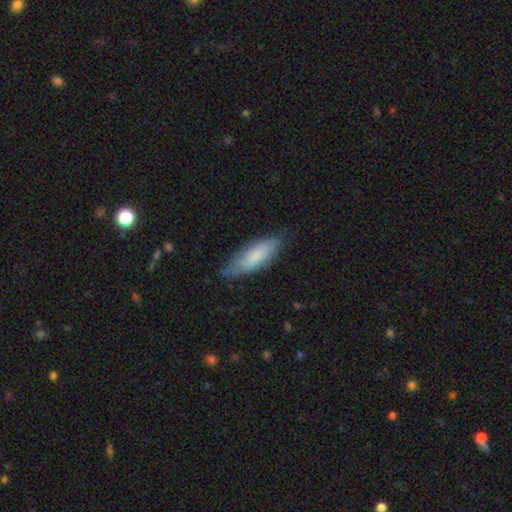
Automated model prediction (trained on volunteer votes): smooth 76%, featured or disk 18%, star or artifact 6%. Down the decision tree: how rounded — in between (58%); merging — none (72%).